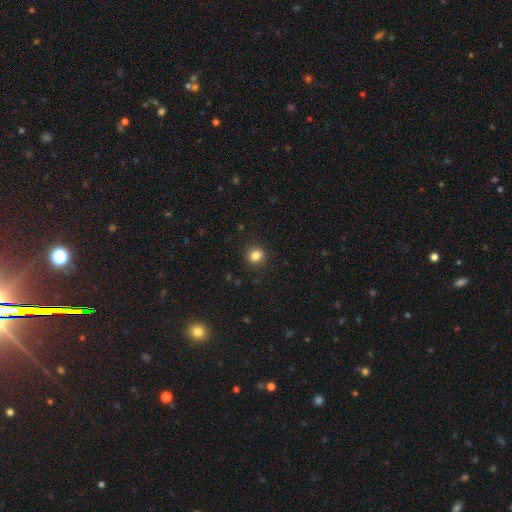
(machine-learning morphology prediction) smooth_or_featured: smooth (p=0.83) [alt: star or artifact p=0.12]
how_rounded: round (p=0.83) [alt: in between p=0.17]
merging: none (p=0.89) [alt: minor disturbance p=0.07]